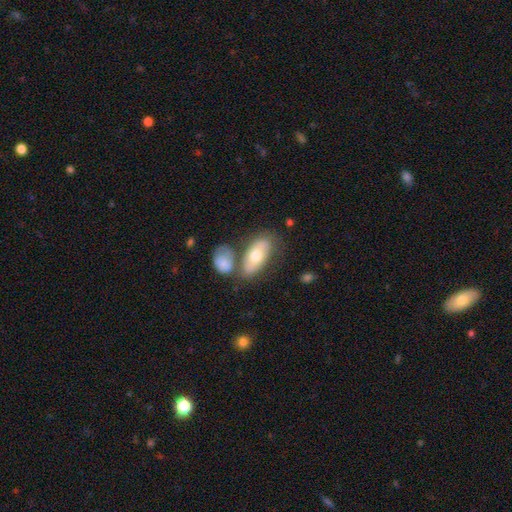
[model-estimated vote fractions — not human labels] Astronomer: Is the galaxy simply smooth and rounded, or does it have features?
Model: smooth — 62%.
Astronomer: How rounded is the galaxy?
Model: in between — 90%.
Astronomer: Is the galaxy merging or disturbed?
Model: none — 51% (runner-up: merger, 26%).